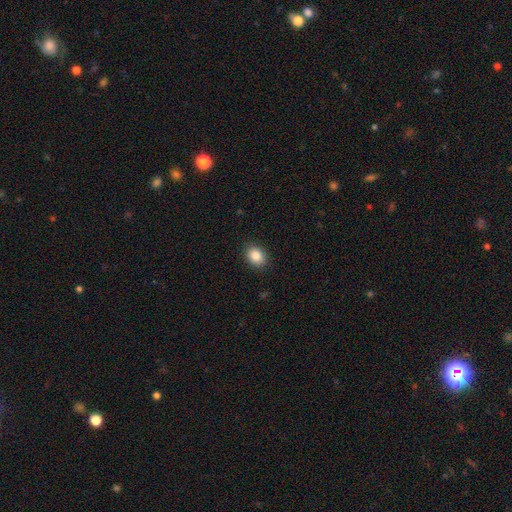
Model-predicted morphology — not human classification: Smooth or featured: smooth — 86% (star or artifact — 9%)
How rounded: in between — 59% (round — 40%)
Merging: none — 90% (minor disturbance — 7%)